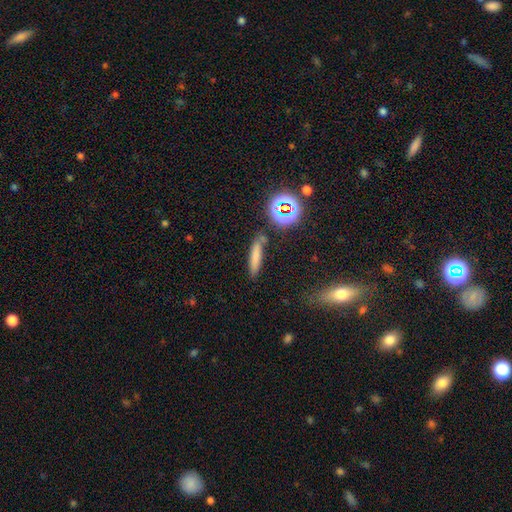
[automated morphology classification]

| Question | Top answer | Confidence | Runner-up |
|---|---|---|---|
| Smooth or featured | smooth | 70% | star or artifact (17%) |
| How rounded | cigar-shaped | 84% | in between (11%) |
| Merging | none | 75% | minor disturbance (13%) |